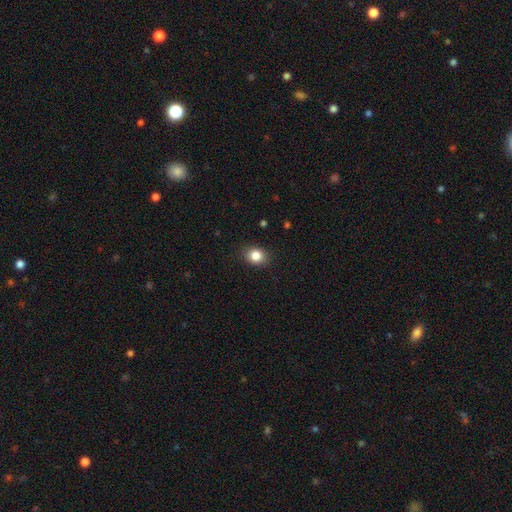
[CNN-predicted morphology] type=smooth (84%); roundness=round (53%); merging=none (88%).